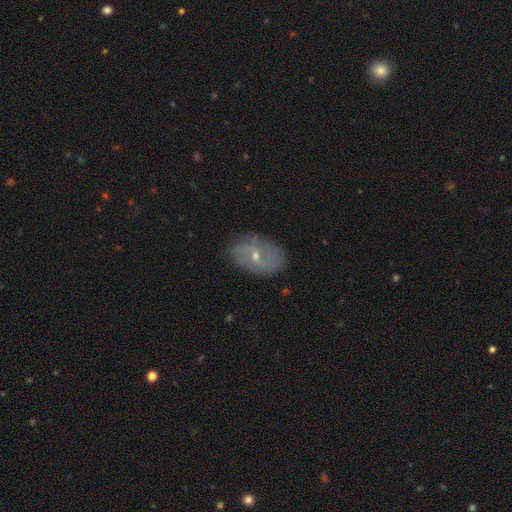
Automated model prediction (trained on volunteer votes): featured or disk 54%, smooth 34%, star or artifact 11%. Down the decision tree: edge-on disk — no (93%); bar — no (49%); spiral arms — yes (59%); bulge size — small (61%); merging — none (76%).